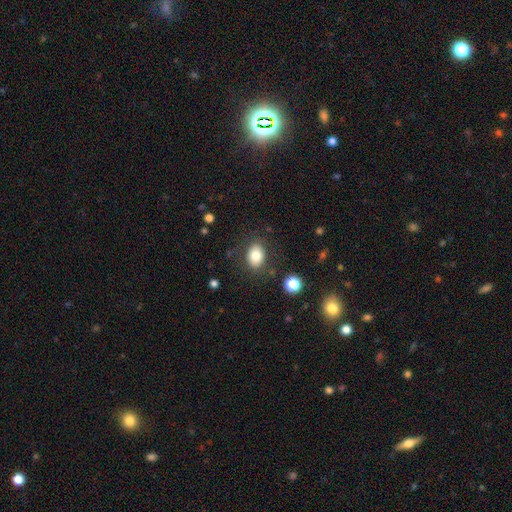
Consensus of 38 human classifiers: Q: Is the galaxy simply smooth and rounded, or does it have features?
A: smooth — 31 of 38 (82%).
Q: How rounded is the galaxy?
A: in between — 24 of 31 (77%).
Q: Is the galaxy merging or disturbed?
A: none — 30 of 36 (83%).